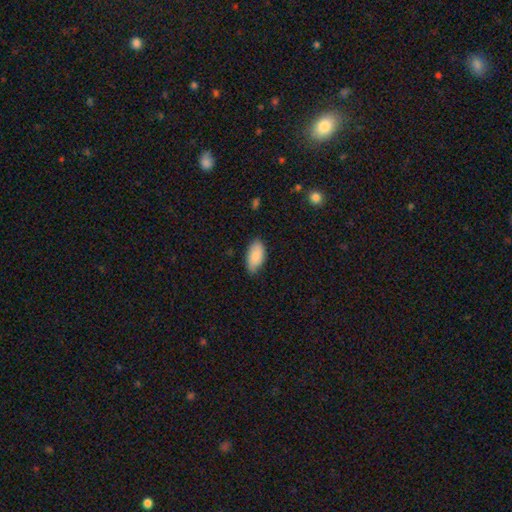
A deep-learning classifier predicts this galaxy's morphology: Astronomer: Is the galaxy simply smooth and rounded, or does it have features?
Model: smooth — 88%.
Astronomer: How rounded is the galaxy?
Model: in between — 94%.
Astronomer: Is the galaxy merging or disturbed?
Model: none — 80%.